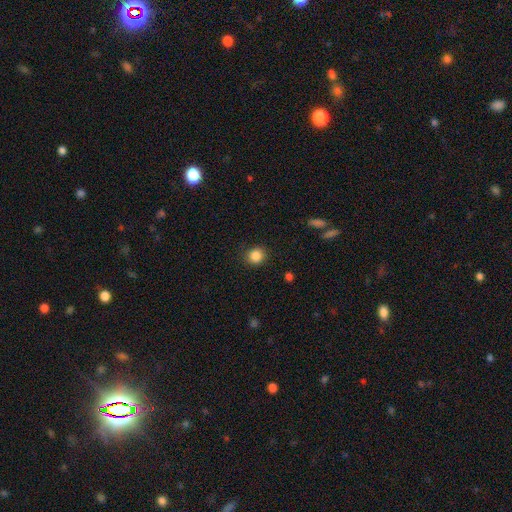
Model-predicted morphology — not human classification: Smooth or featured? Predicted: smooth (p=0.85). How rounded? Predicted: round (p=0.88). Merging? Predicted: none (p=0.89).